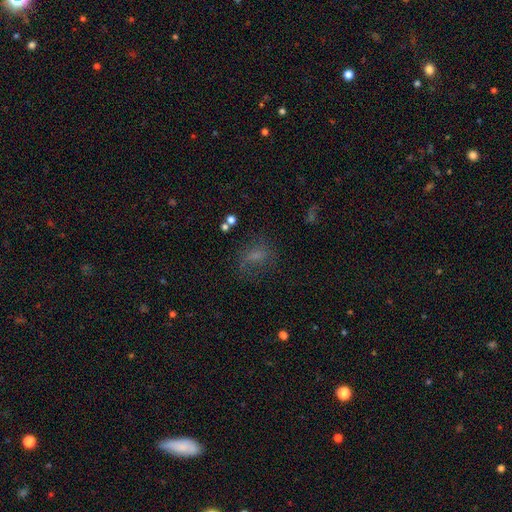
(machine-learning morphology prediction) Q: Smooth or featured?
A: smooth (53%); runner-up: featured or disk (24%)
Q: How rounded?
A: in between (63%); runner-up: round (32%)
Q: Merging?
A: none (56%); runner-up: minor disturbance (21%)